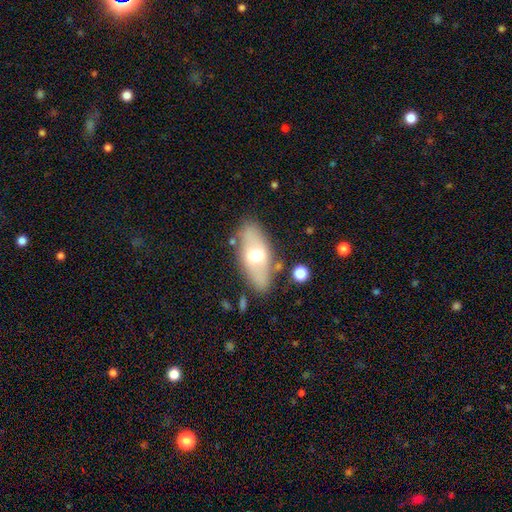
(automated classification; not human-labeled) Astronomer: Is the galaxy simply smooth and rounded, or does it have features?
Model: smooth — 56% (runner-up: featured or disk, 37%).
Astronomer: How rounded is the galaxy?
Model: in between — 86%.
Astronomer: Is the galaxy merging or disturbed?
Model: none — 78%.